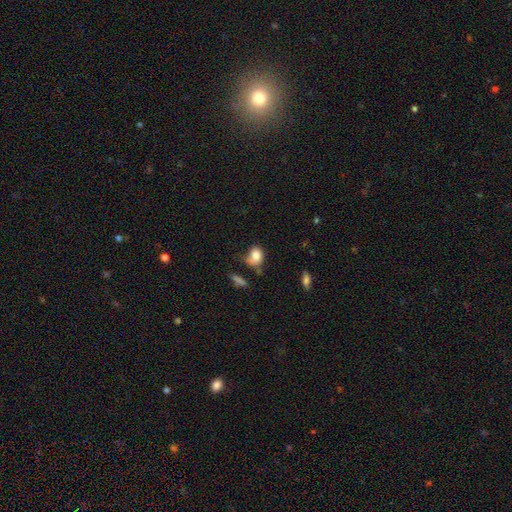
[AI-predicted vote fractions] Overall: smooth (81%). How rounded: in between (59%; round 39%). Merging: none (39%; minor disturbance 32%).